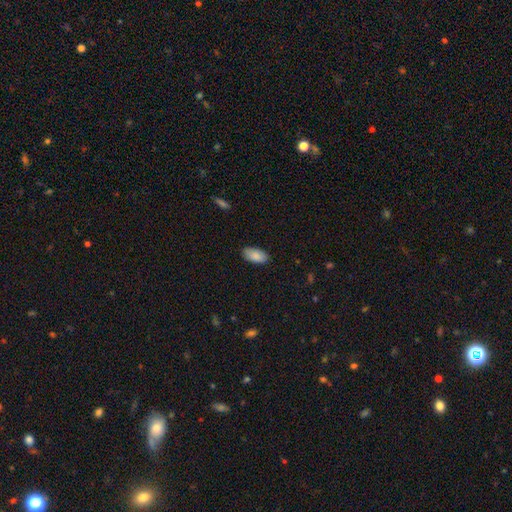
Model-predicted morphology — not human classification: Q: Smooth or featured?
A: smooth (88%); runner-up: star or artifact (7%)
Q: How rounded?
A: in between (93%); runner-up: cigar-shaped (5%)
Q: Merging?
A: none (86%); runner-up: minor disturbance (11%)